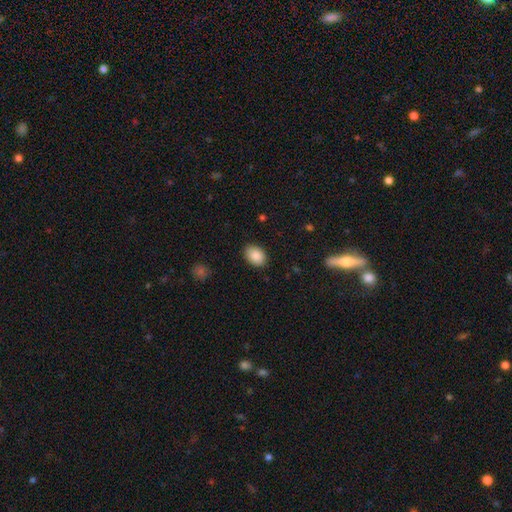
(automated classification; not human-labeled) Overall: smooth (89%). How rounded: in between (74%). Merging: none (88%).